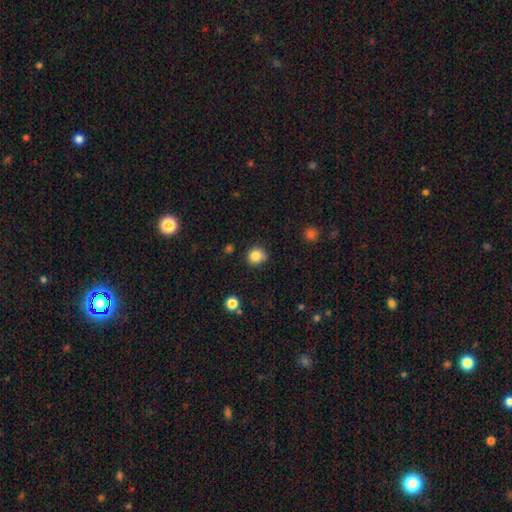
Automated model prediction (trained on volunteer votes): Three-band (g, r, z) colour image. It shows a smooth galaxy with no disk features (84%) that is round (86%). Merging: none (80%).